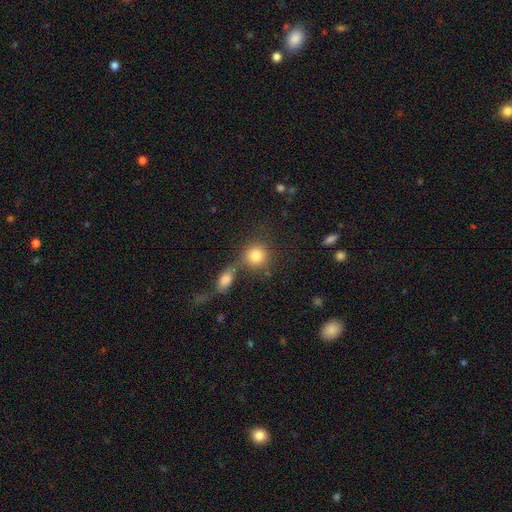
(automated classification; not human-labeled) Smooth or featured?
  - smooth: 81% *
  - star or artifact: 10%
  - featured or disk: 9%
How rounded?
  - round: 85% *
  - in between: 13%
  - cigar-shaped: 1%
Merging?
  - none: 46% *
  - merger: 39%
  - minor disturbance: 9%
  - major disturbance: 6%